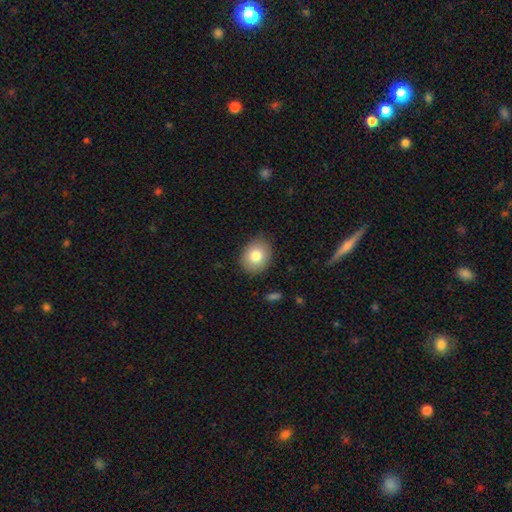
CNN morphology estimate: Smooth or featured?
  - smooth: 80% *
  - featured or disk: 11%
  - star or artifact: 9%
How rounded?
  - round: 60% *
  - in between: 39%
  - cigar-shaped: 1%
Merging?
  - none: 86% *
  - minor disturbance: 10%
  - major disturbance: 2%
  - merger: 1%